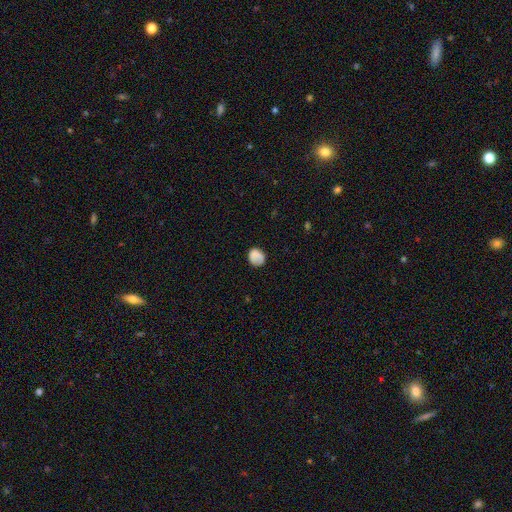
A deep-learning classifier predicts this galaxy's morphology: Overall: smooth (79%). How rounded: round (67%; in between 32%). Merging: none (72%).